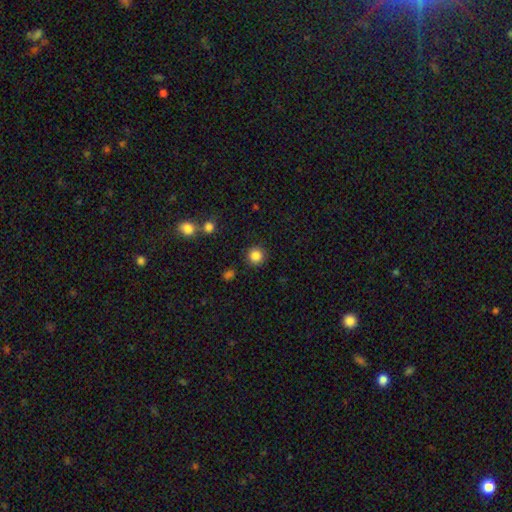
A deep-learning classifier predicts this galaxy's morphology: A smooth galaxy with no disk features (86%) that is round (94%).

Vote fractions:
- Smooth or featured? smooth: 86% / star or artifact: 11% / featured or disk: 4%
- How rounded? round: 94% / in between: 5% / cigar-shaped: 1%
- Merging? none: 90% / minor disturbance: 6% / major disturbance: 2% / merger: 2%